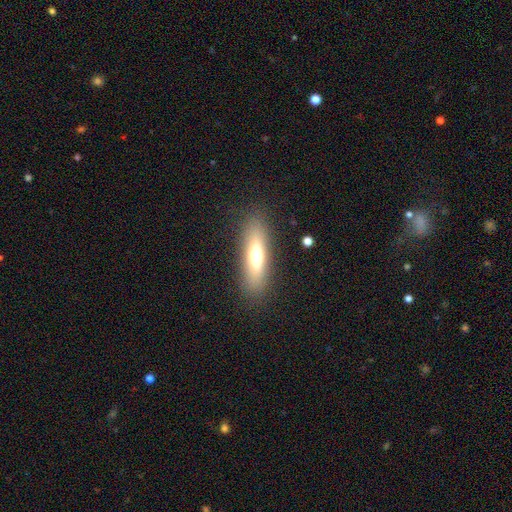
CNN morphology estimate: Q: Smooth or featured?
A: smooth (61%); runner-up: featured or disk (30%)
Q: How rounded?
A: cigar-shaped (57%); runner-up: in between (41%)
Q: Merging?
A: none (86%); runner-up: minor disturbance (9%)